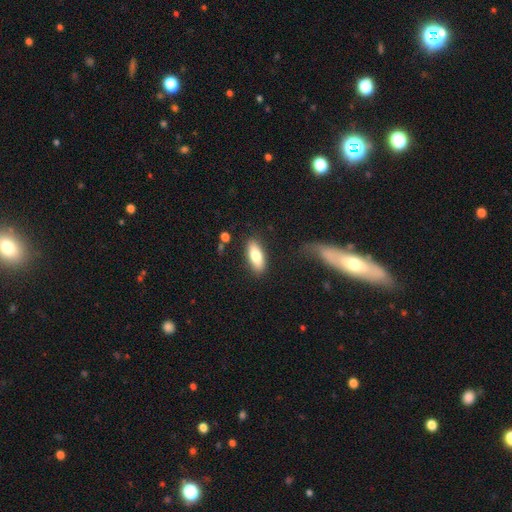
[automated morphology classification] Smooth or featured?
  - smooth: 76% *
  - featured or disk: 18%
  - star or artifact: 6%
How rounded?
  - in between: 78% *
  - cigar-shaped: 20%
  - round: 2%
Merging?
  - none: 84% *
  - minor disturbance: 11%
  - major disturbance: 3%
  - merger: 3%